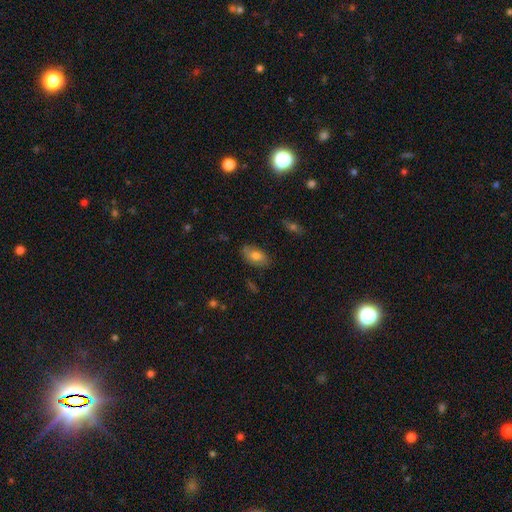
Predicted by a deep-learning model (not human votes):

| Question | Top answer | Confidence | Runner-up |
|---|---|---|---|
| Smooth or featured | smooth | 67% | featured or disk (25%) |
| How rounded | in between | 92% | round (6%) |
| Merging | none | 77% | minor disturbance (18%) |